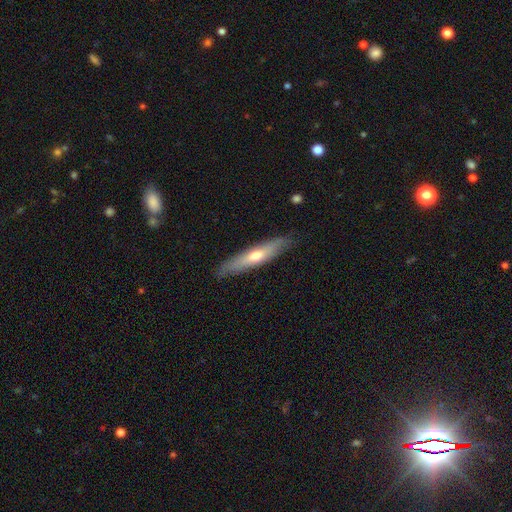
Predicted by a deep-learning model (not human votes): Smooth or featured? Predicted: smooth (p=0.48). Merging? Predicted: none (p=0.85).